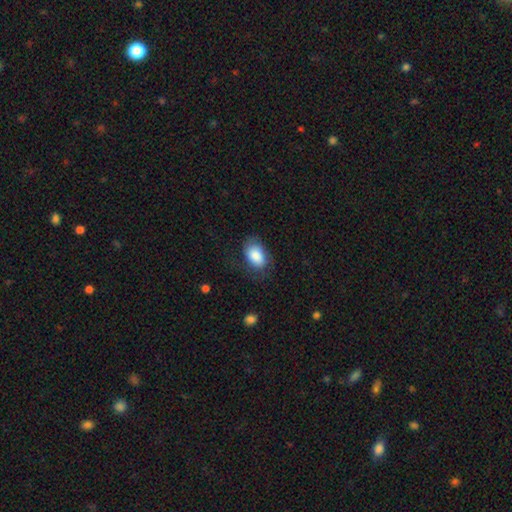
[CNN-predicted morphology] The model was most divided on "merging": none: 64%, minor disturbance: 22%, major disturbance: 12%, merger: 1%. More confident: how rounded — in between (89%); smooth or featured — smooth (83%).